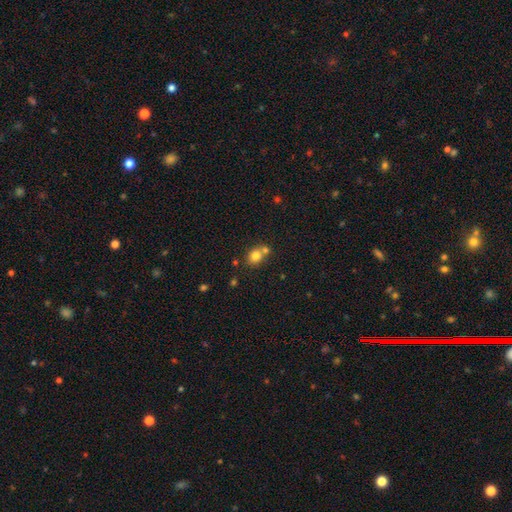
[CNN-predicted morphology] This appears to be a smooth galaxy with no disk features (79%) that is round (68%). Merging: none (49%).